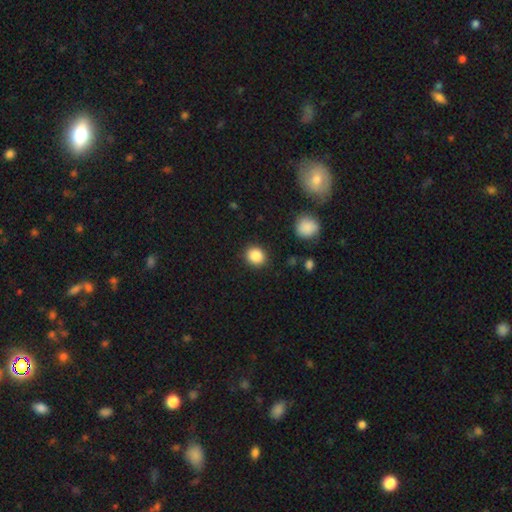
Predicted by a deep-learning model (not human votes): smooth-or-featured: smooth: 87% | star or artifact: 9% | featured or disk: 4%
  how-rounded: round: 80% | in between: 19% | cigar-shaped: 1%
  merging: none: 89% | minor disturbance: 7% | major disturbance: 2% | merger: 1%